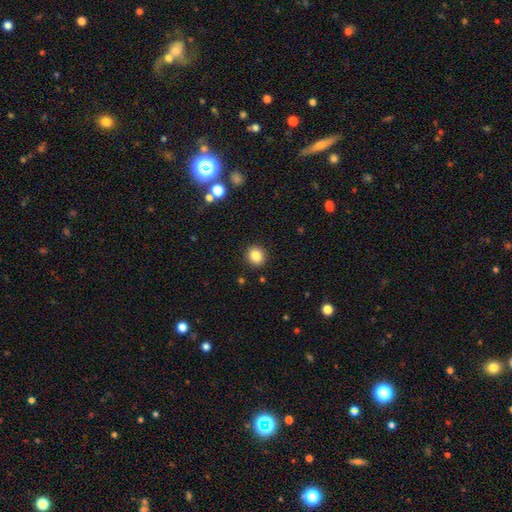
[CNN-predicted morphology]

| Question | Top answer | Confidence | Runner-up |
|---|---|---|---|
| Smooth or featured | smooth | 85% | star or artifact (10%) |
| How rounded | round | 77% | in between (22%) |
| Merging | none | 90% | minor disturbance (6%) |